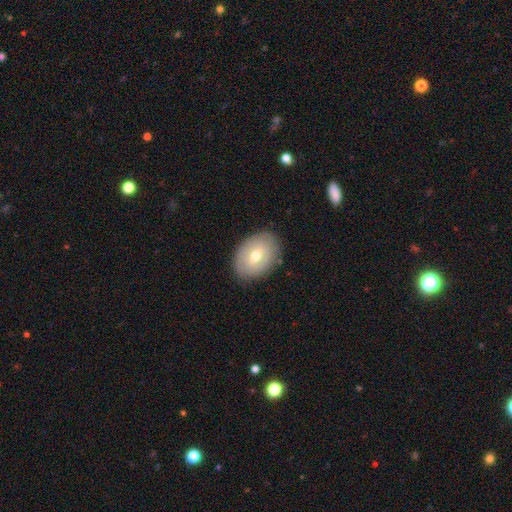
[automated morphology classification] A smooth galaxy with no disk features (59%) that is in between round and cigar-shaped (77%). Merging: none (85%).